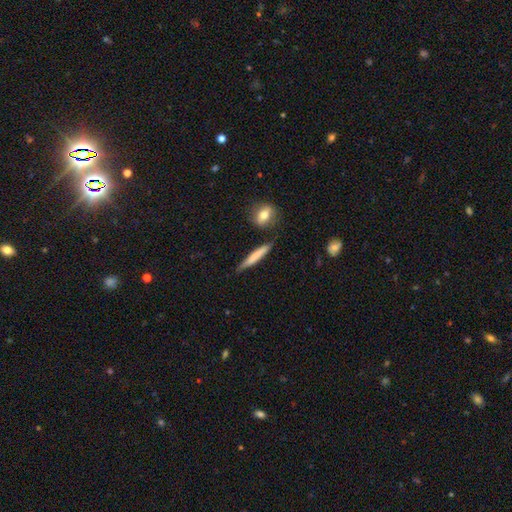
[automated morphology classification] A smooth galaxy with no disk features (70%) that is cigar-shaped (92%).

Vote fractions:
- Smooth or featured? smooth: 70% / featured or disk: 24% / star or artifact: 6%
- How rounded? cigar-shaped: 92% / in between: 6% / round: 2%
- Merging? none: 79% / minor disturbance: 14% / merger: 4% / major disturbance: 3%